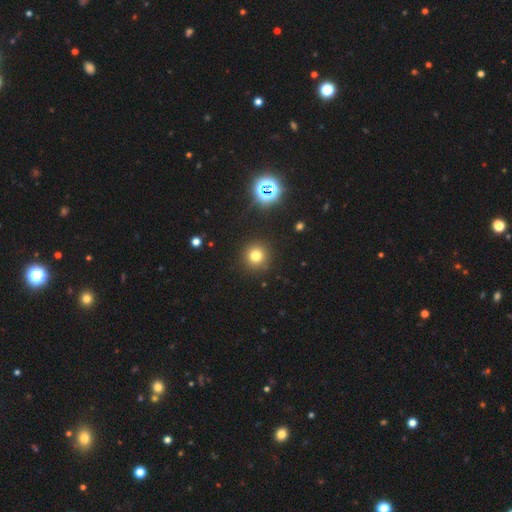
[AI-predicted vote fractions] smooth_or_featured: smooth (p=0.74) [alt: star or artifact p=0.19]
how_rounded: round (p=0.94) [alt: in between p=0.05]
merging: none (p=0.90) [alt: minor disturbance p=0.06]